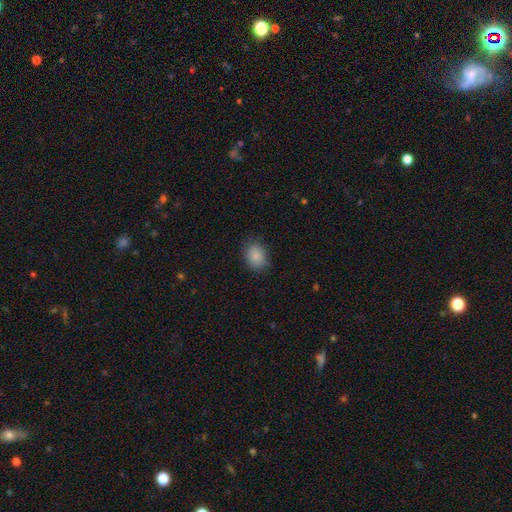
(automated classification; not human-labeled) This appears to be a smooth galaxy with no disk features (88%) that is in between round and cigar-shaped (59%). Merging: none (81%).